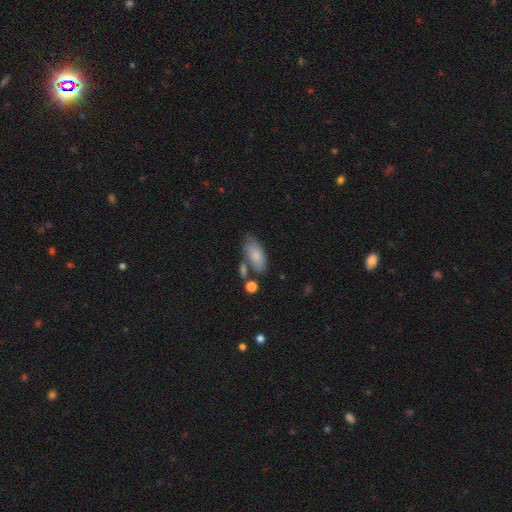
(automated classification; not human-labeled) Overall: smooth (76%). How rounded: in between (90%). Merging: none (54%; minor disturbance 24%).